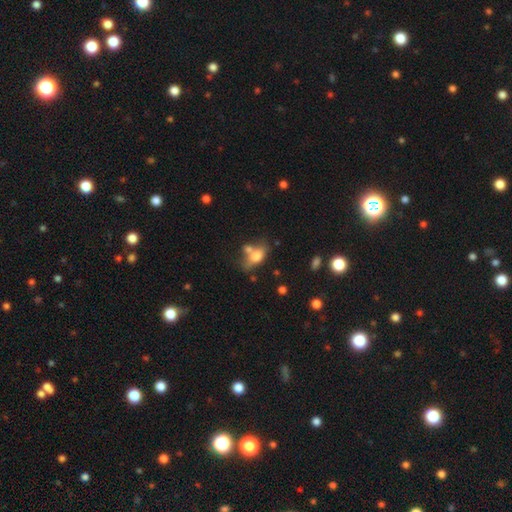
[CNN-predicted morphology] This is likely a smooth galaxy (70%). How rounded: likely in between (79%). Merging: marginally none (44%).